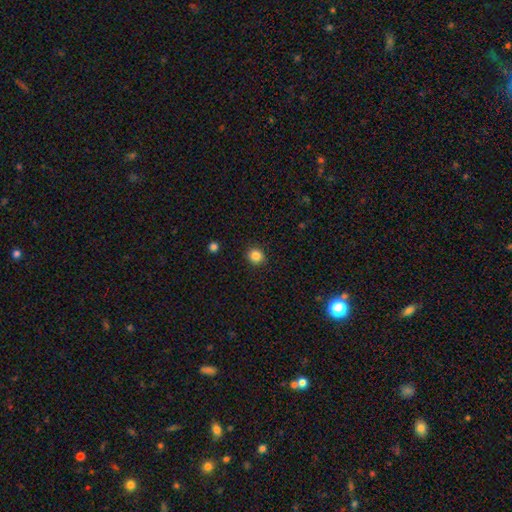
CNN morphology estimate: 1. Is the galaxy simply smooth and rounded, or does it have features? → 85% smooth, 12% star or artifact, 4% featured or disk.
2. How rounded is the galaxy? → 90% round, 9% in between, 1% cigar-shaped.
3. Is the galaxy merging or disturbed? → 93% none, 5% minor disturbance, 2% major disturbance, 1% merger.